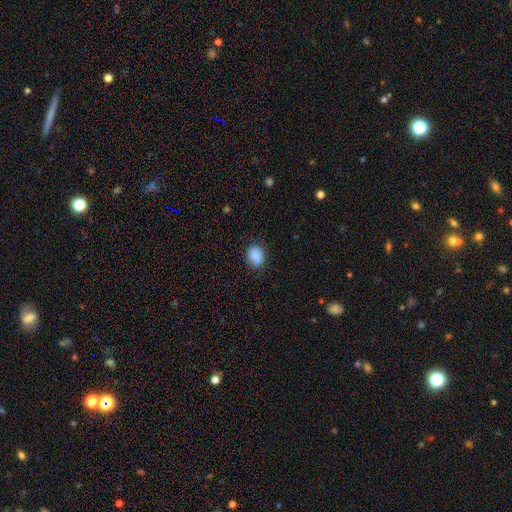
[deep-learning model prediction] This is clearly a smooth galaxy (88%). How rounded: likely round (60%). Merging: likely none (80%).